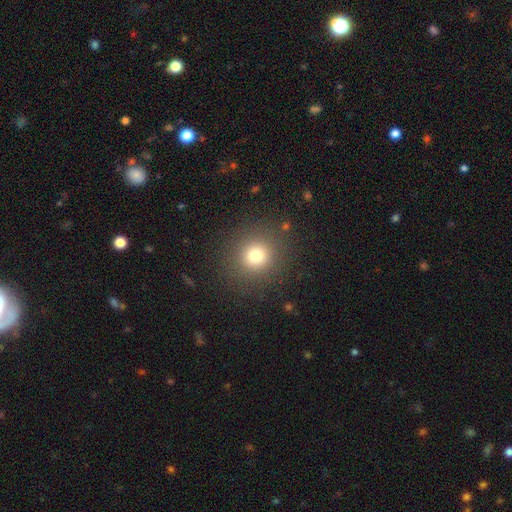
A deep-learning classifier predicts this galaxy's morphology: smooth 76%, star or artifact 15%, featured or disk 9%. Down the decision tree: how rounded — round (92%); merging — none (88%).